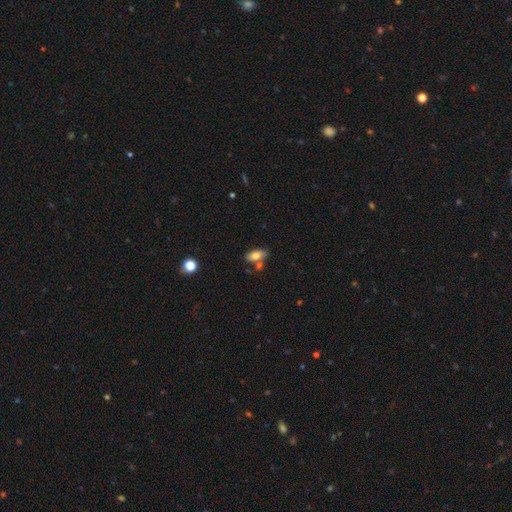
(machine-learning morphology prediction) Smooth or featured: smooth — 74% (featured or disk — 18%)
How rounded: in between — 89% (cigar-shaped — 7%)
Merging: none — 63% (merger — 19%)